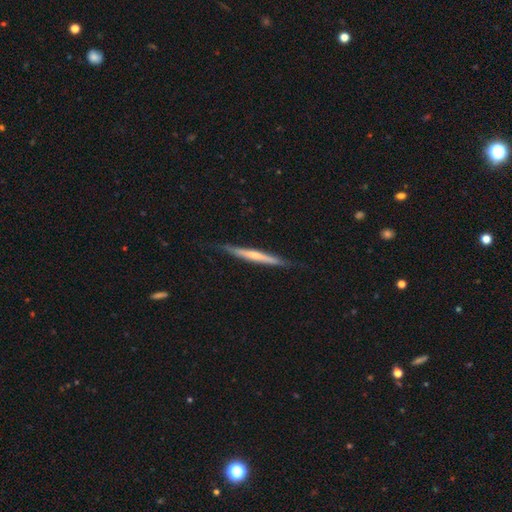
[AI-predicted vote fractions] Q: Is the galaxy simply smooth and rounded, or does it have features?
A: featured or disk — 56%.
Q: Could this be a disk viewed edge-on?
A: yes — 95%.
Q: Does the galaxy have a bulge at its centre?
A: none — 54%.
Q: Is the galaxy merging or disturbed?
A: none — 80%.